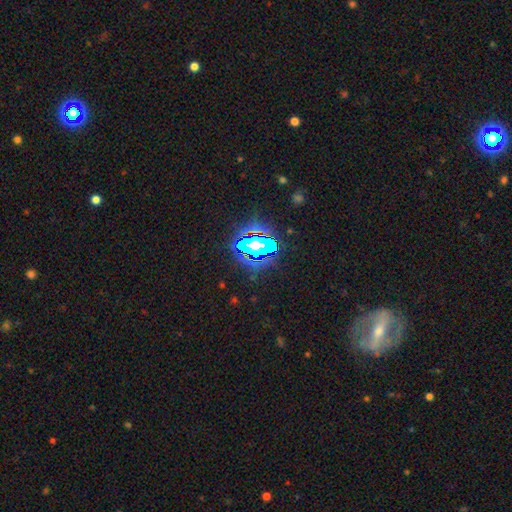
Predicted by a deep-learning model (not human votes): smooth-or-featured: star or artifact: 72% | featured or disk: 15% | smooth: 14%